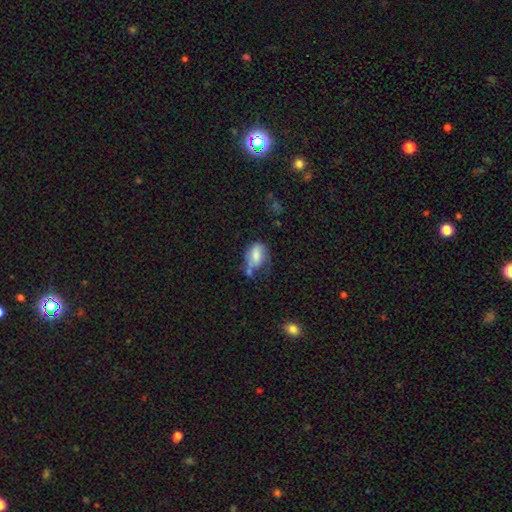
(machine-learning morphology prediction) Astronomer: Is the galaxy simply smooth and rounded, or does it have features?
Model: smooth — 69%.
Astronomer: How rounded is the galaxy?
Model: in between — 86%.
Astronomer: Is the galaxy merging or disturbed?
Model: minor disturbance — 29%, tied with none at 29%.